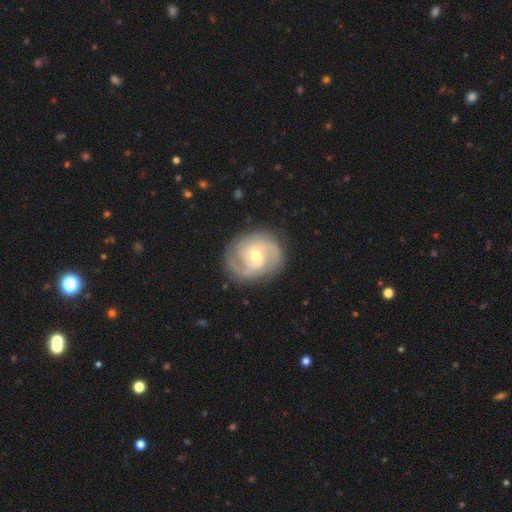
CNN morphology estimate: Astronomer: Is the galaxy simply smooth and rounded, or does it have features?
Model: featured or disk — 86%.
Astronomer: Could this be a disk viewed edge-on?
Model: no — 98%.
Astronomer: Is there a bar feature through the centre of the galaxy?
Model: weak — 51% (runner-up: no, 33%).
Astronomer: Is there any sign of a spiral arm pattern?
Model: yes — 96%.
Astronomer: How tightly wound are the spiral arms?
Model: medium — 44%, tied with tight at 44%.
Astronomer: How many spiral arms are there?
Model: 2 — 59%.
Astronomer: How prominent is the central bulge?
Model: moderate — 54% (runner-up: small, 43%).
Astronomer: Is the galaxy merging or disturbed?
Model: none — 80%.